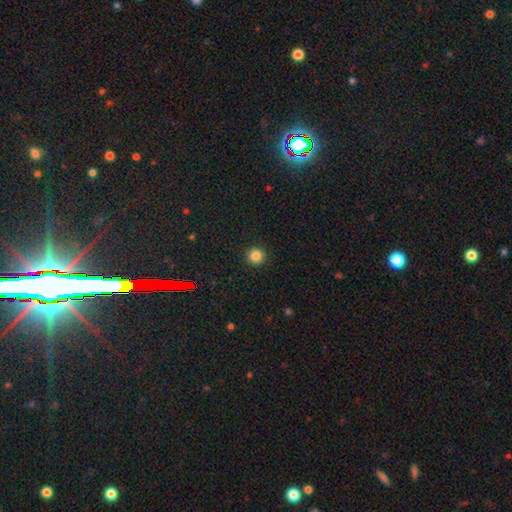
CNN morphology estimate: smooth 84%, star or artifact 12%, featured or disk 4%. Down the decision tree: how rounded — round (95%); merging — none (93%).